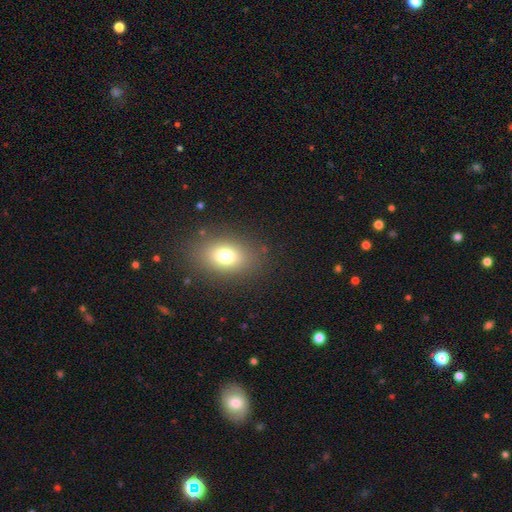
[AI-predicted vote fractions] A smooth galaxy with no disk features (70%) that is in between round and cigar-shaped (79%).

Vote fractions:
- Smooth or featured? smooth: 70% / star or artifact: 19% / featured or disk: 11%
- How rounded? in between: 79% / round: 19% / cigar-shaped: 2%
- Merging? none: 89% / minor disturbance: 7% / major disturbance: 3% / merger: 2%